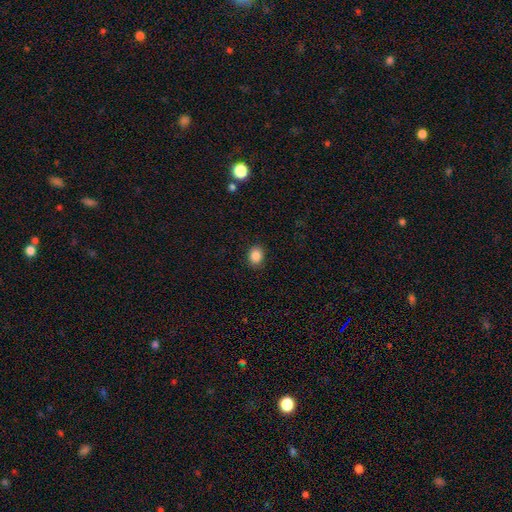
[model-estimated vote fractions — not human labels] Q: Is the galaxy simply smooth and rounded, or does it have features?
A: smooth — 87%.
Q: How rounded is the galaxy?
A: in between — 51%.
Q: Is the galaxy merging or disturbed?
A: none — 88%.